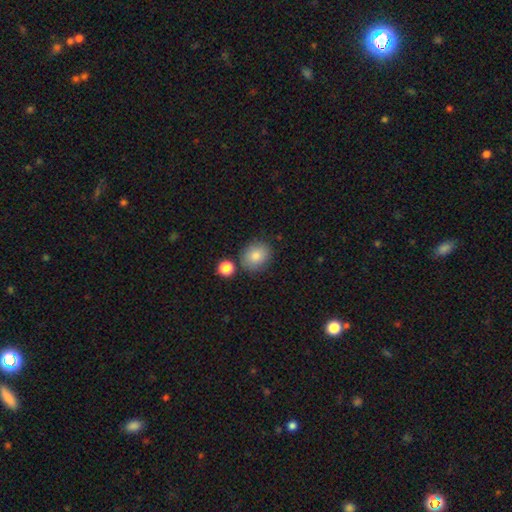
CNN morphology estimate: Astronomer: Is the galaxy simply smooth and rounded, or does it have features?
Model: smooth — 83%.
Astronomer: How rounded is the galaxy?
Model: round — 71%.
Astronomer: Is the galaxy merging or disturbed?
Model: none — 78%.